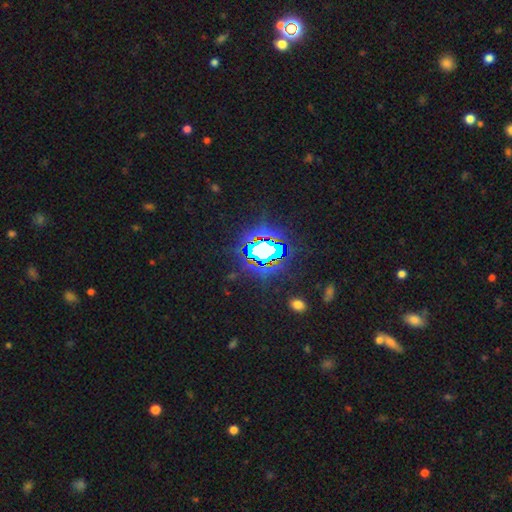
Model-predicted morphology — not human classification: A star or artifact, not a galaxy (77%).